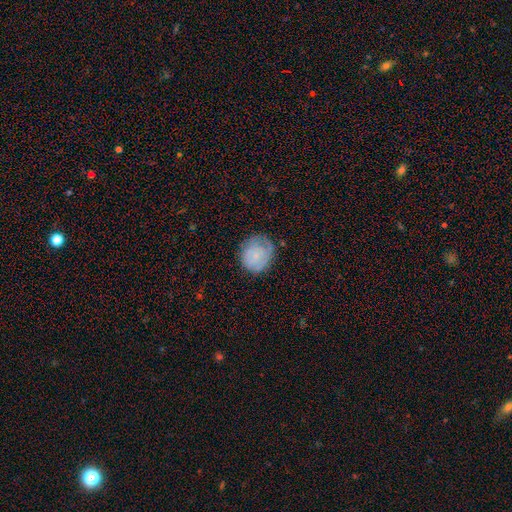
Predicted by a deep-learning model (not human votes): Smooth or featured: smooth — 66% (featured or disk — 26%)
How rounded: round — 77% (in between — 22%)
Merging: none — 60% (minor disturbance — 29%)